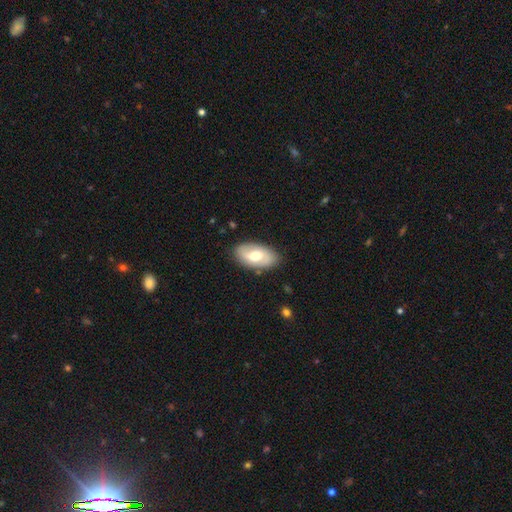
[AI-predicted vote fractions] Morphology: type=smooth (54%); roundness=in between (93%); merging=none (84%).